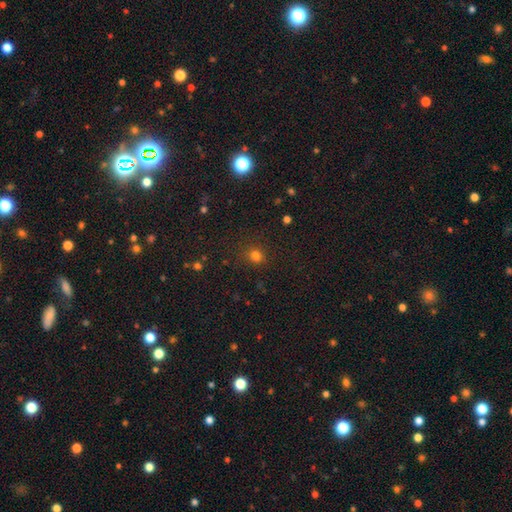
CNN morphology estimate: Overall: smooth (77%). How rounded: round (78%). Merging: none (83%).